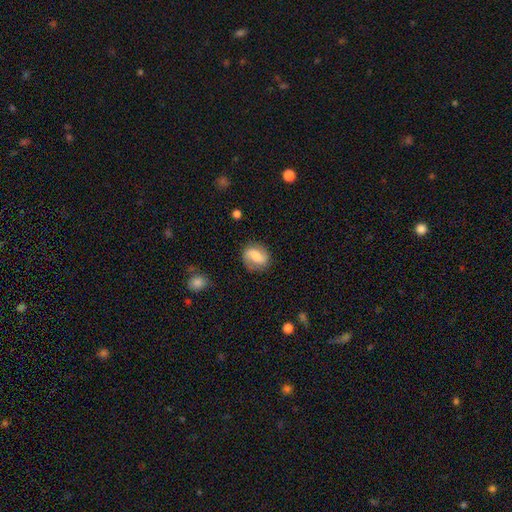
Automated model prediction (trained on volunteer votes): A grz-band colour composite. It shows a featured or disk galaxy (51%). Merging: none (79%).